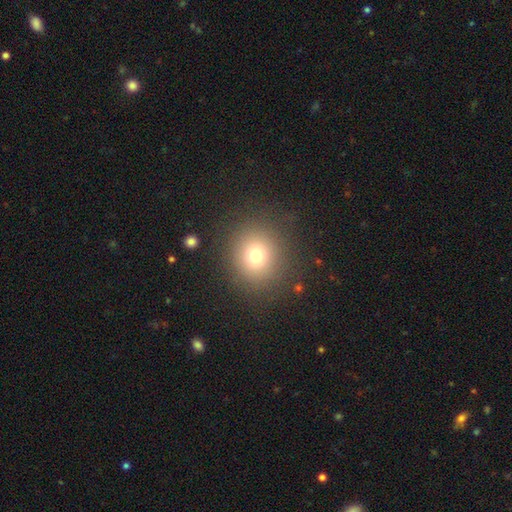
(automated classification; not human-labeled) Smooth or featured: smooth — 74% (star or artifact — 16%)
How rounded: round — 87% (in between — 13%)
Merging: none — 86% (minor disturbance — 8%)